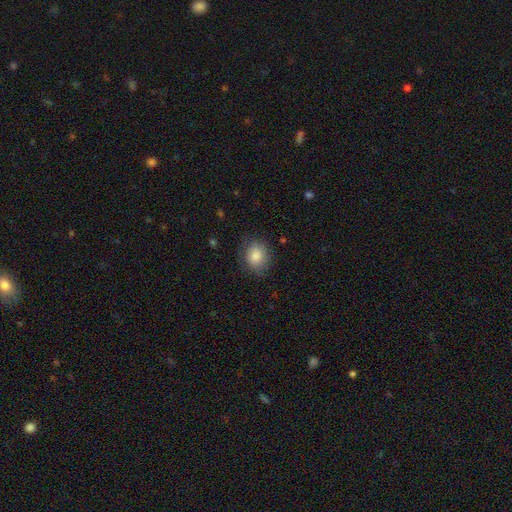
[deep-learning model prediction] smooth-or-featured: smooth: 84% | featured or disk: 8% | star or artifact: 8%
  how-rounded: round: 65% | in between: 34% | cigar-shaped: 1%
  merging: none: 78% | minor disturbance: 16% | major disturbance: 5% | merger: 1%